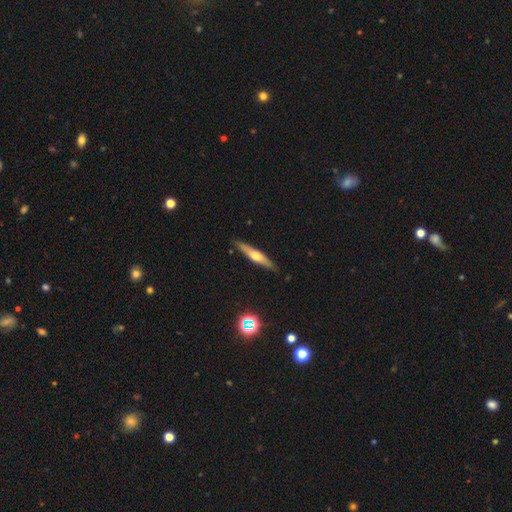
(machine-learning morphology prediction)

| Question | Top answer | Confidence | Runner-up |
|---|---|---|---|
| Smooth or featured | featured or disk | 55% | smooth (38%) |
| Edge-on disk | yes | 94% | no (6%) |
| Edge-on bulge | rounded | 87% | none (7%) |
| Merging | none | 88% | minor disturbance (9%) |